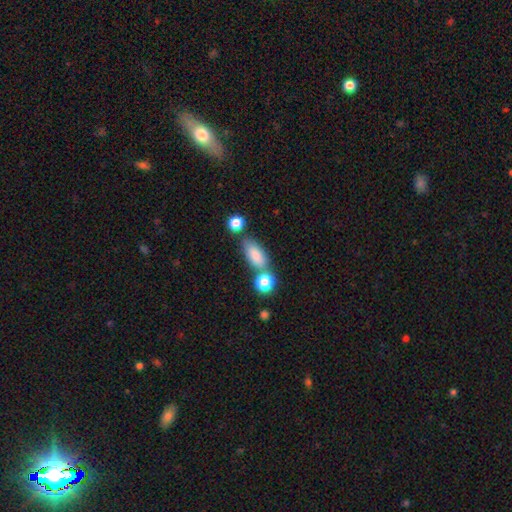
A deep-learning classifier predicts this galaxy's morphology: Overall: smooth (82%). How rounded: in between (82%). Merging: none (59%; merger 19%).